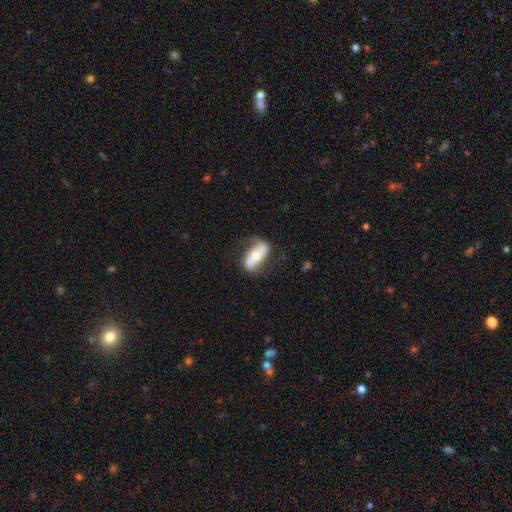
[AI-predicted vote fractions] A featured or disk galaxy (61%) with no bar (52%), spiral arms (69%) and a moderate central bulge (68%).

Vote fractions:
- Smooth or featured? featured or disk: 61% / smooth: 33% / star or artifact: 6%
- Edge-on disk? no: 87% / yes: 13%
- Bar? no: 52% / strong: 27% / weak: 21%
- Spiral arms? yes: 69% / no: 31%
- Bulge size? moderate: 68% / small: 20% / large: 9% / dominant: 2% / none: 2%
- Merging? none: 59% / minor disturbance: 21% / merger: 11% / major disturbance: 9%